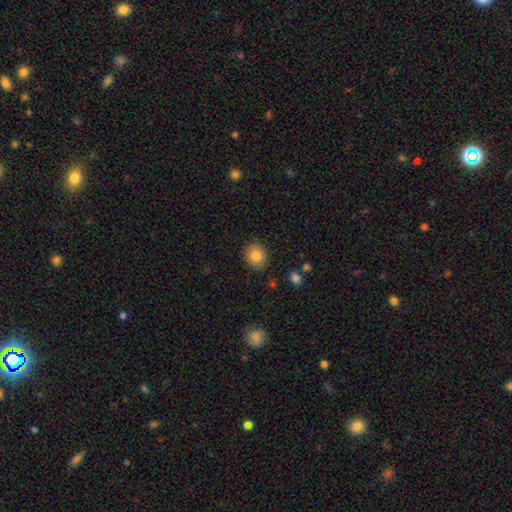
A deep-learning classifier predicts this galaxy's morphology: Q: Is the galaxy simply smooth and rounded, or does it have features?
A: smooth — 82%.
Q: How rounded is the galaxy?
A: round — 67%.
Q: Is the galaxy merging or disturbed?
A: none — 88%.